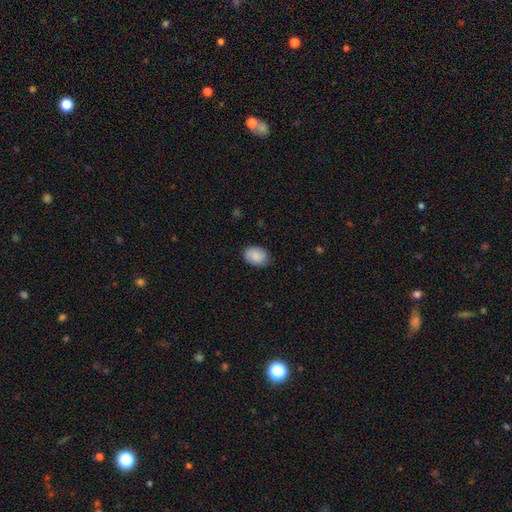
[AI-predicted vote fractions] Overall: smooth (88%). How rounded: in between (78%). Merging: none (82%).